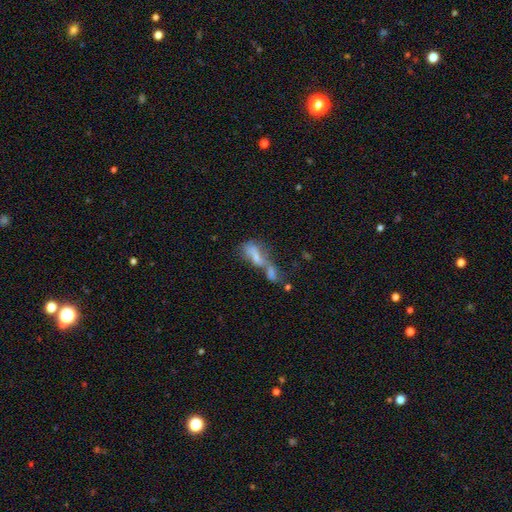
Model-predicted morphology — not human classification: This is possibly a smooth galaxy (51%). How rounded: likely in between (70%). Merging: likely merger (65%).